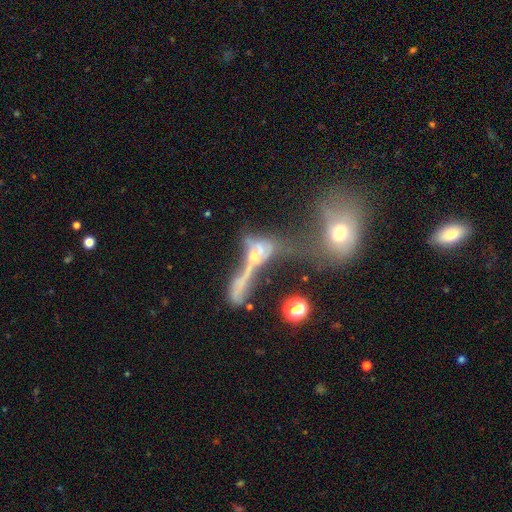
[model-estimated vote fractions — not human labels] This is possibly a featured or disk galaxy (51%). It is likely not viewed edge-on (68%). Merging: likely merger (64%).